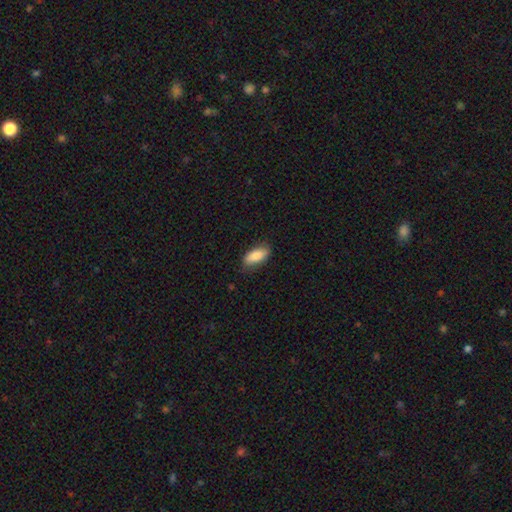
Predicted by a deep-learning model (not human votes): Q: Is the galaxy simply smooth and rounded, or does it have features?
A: smooth — 84%.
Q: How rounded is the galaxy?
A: in between — 84%.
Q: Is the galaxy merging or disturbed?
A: none — 80%.